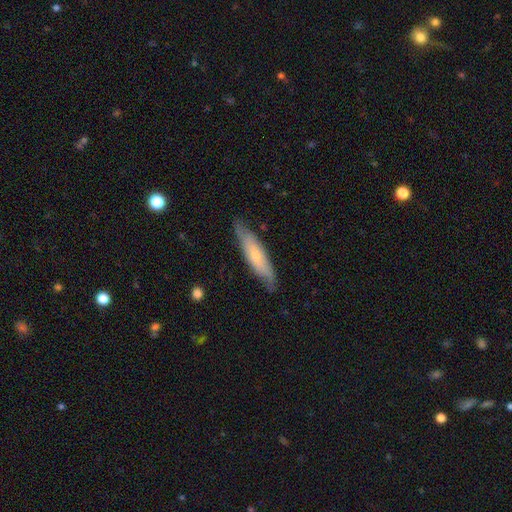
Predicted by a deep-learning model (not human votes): Smooth or featured? Predicted: smooth (p=0.50). How rounded? Predicted: cigar-shaped (p=0.77). Merging? Predicted: none (p=0.78).